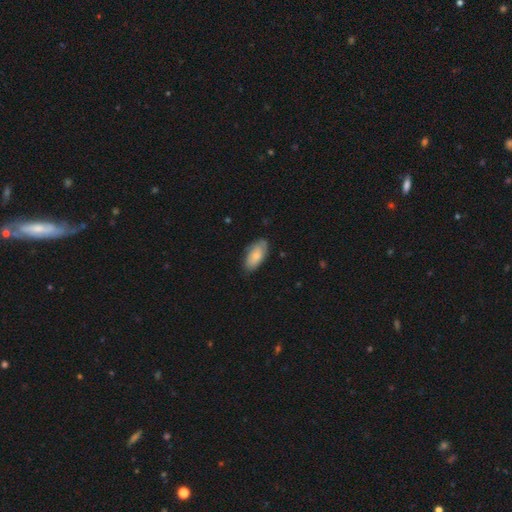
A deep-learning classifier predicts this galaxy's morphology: Smooth or featured: smooth — 75% (featured or disk — 19%)
How rounded: in between — 92% (cigar-shaped — 5%)
Merging: none — 75% (minor disturbance — 20%)